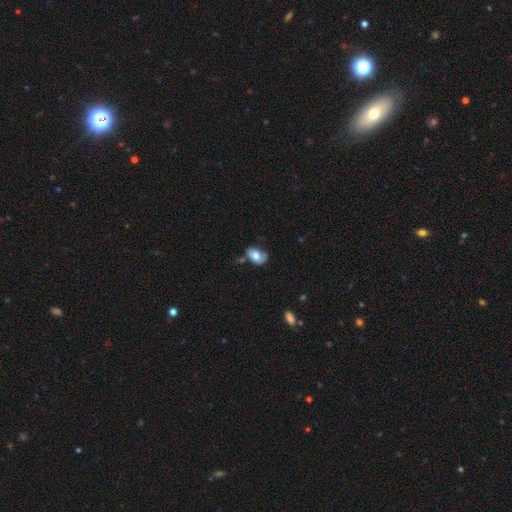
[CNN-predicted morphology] Overall: smooth (62%; featured or disk 31%). How rounded: in between (87%). Merging: none (42%; minor disturbance 34%).